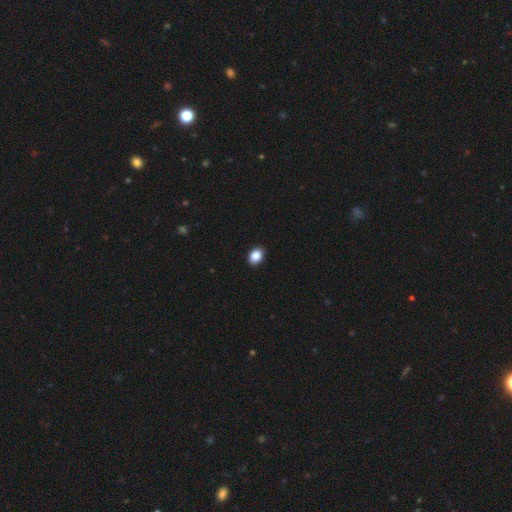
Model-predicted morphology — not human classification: type=smooth (88%); roundness=in between (72%); merging=none (91%).